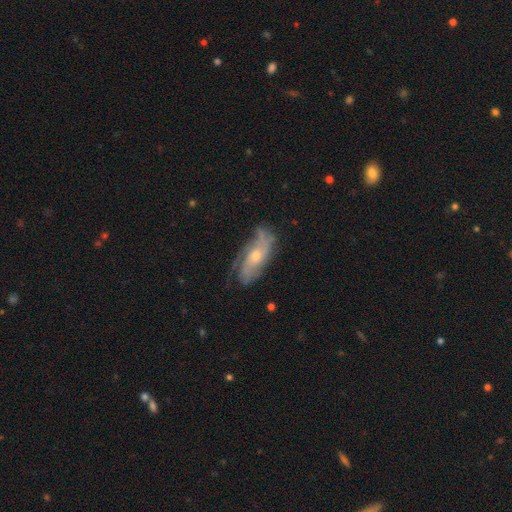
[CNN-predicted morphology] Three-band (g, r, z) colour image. It shows a featured or disk galaxy (78%) with no bar (72%), tight (40%, tied with medium) spiral arms (91%) and a moderate central bulge (58%). Merging: none (67%).